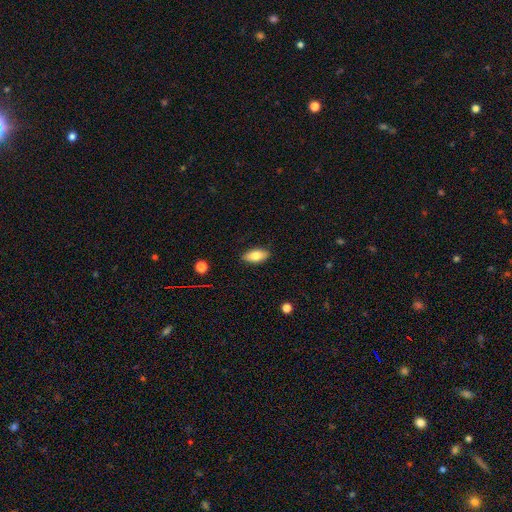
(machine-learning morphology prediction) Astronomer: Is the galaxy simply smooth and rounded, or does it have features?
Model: smooth — 80%.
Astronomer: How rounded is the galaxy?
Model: in between — 87%.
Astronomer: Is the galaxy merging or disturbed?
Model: none — 88%.